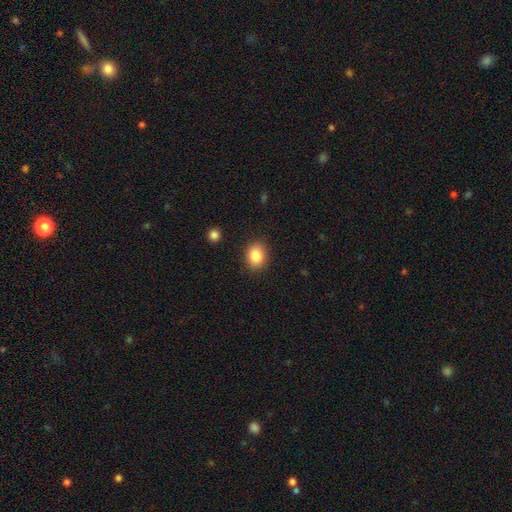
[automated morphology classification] This appears to be a smooth galaxy with no disk features (85%) that is round (53%). Merging: none (87%).